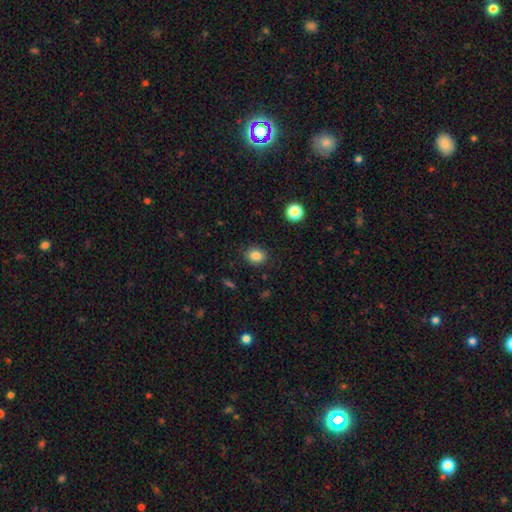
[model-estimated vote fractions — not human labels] Smooth or featured? Predicted: smooth (p=0.84). How rounded? Predicted: round (p=0.51). Merging? Predicted: none (p=0.86).